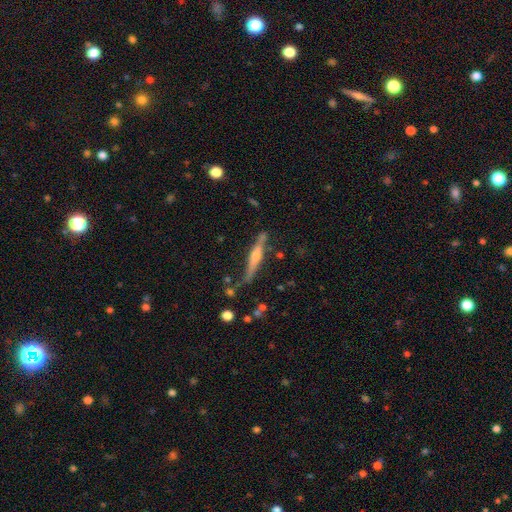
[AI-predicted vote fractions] smooth-or-featured: featured or disk: 64% | smooth: 29% | star or artifact: 7%
  disk-edge-on: yes: 96% | no: 4%
    edge-on-bulge: rounded: 68% | boxy: 18% | none: 14%
  merging: none: 74% | minor disturbance: 17% | merger: 5% | major disturbance: 4%